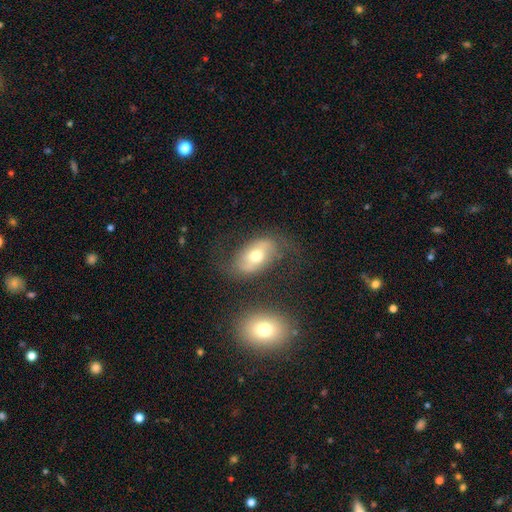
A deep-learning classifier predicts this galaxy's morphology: A featured or disk galaxy (52%). Merging: none (66%).